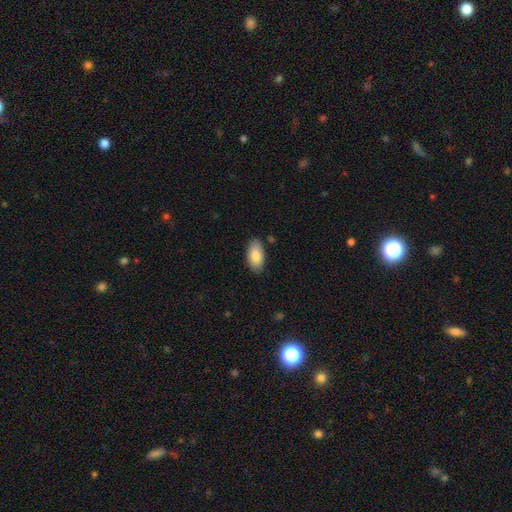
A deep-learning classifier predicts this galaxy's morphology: This appears to be a smooth galaxy with no disk features (85%) that is in between round and cigar-shaped (94%). Merging: none (85%).